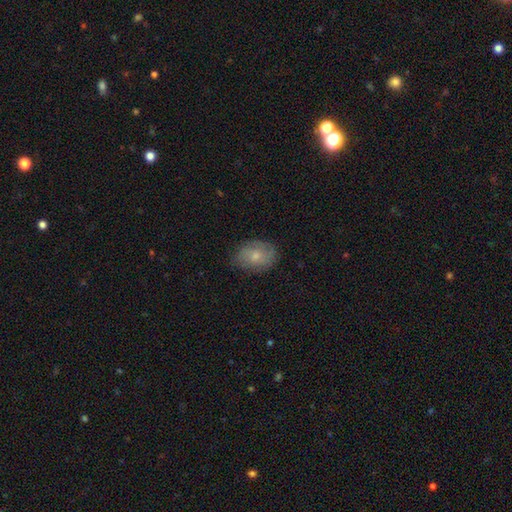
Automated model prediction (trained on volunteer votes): Q: Smooth or featured?
A: smooth (66%); runner-up: featured or disk (27%)
Q: How rounded?
A: in between (72%); runner-up: round (27%)
Q: Merging?
A: none (78%); runner-up: minor disturbance (17%)